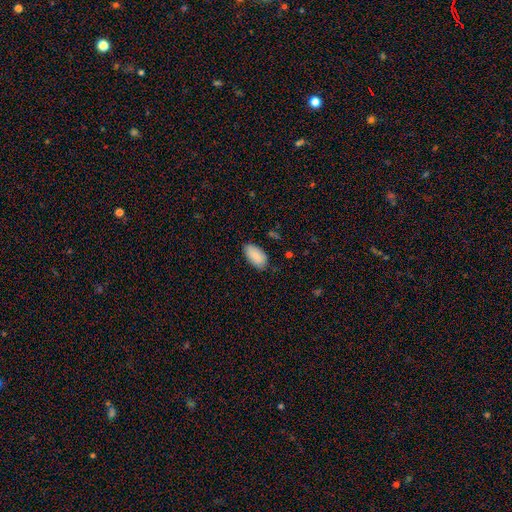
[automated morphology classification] smooth-or-featured: smooth: 89% | star or artifact: 6% | featured or disk: 5%
  how-rounded: in between: 95% | round: 3% | cigar-shaped: 2%
  merging: none: 79% | minor disturbance: 16% | major disturbance: 3% | merger: 1%